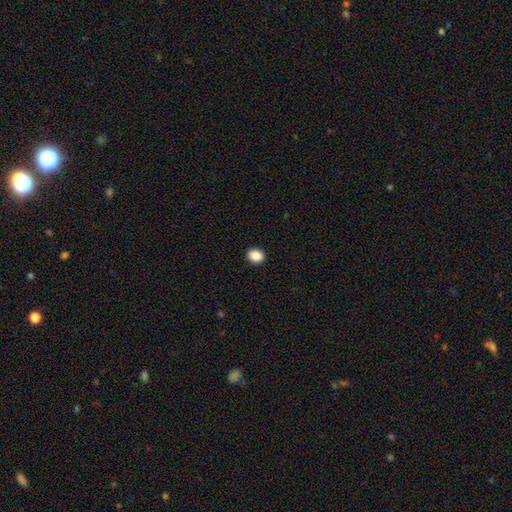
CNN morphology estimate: A smooth galaxy with no disk features (89%) that is round (52%). Merging: none (91%).